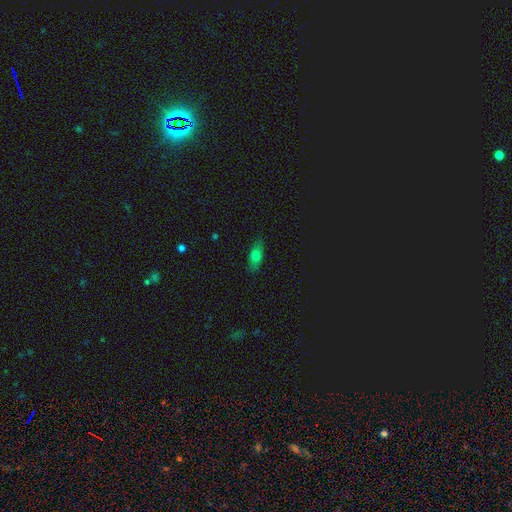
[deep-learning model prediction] A smooth galaxy with no disk features (69%) that is in between round and cigar-shaped (71%). Merging: none (83%).